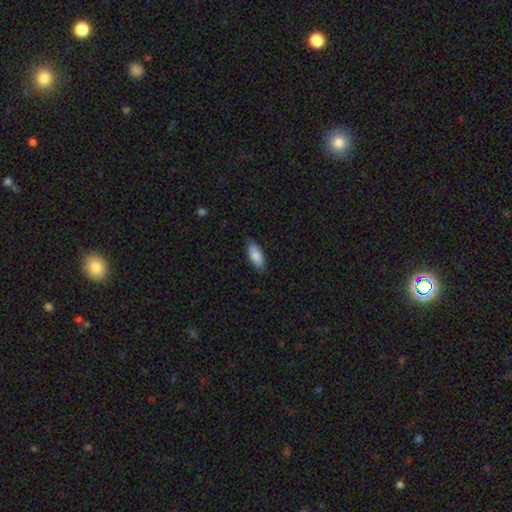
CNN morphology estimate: This appears to be a smooth galaxy with no disk features (87%) that is in between round and cigar-shaped (81%). Merging: none (83%).